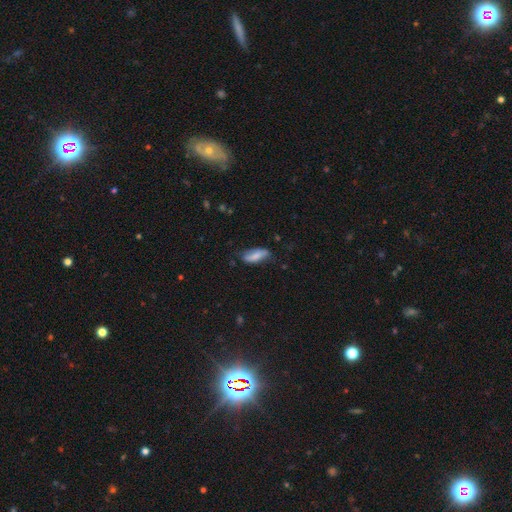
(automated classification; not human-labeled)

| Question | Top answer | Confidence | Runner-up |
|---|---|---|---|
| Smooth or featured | smooth | 70% | featured or disk (22%) |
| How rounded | in between | 74% | cigar-shaped (23%) |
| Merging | none | 58% | minor disturbance (31%) |